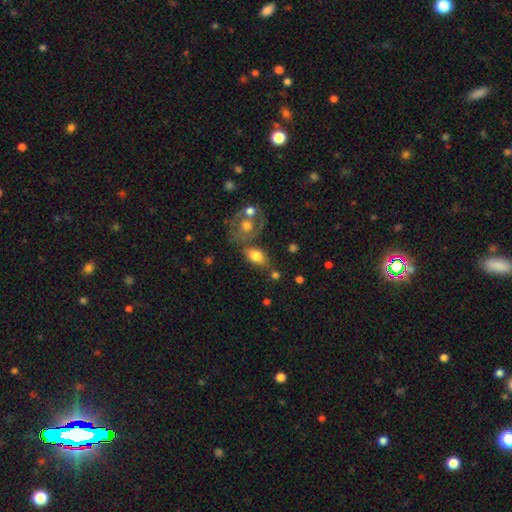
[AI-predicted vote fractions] Smooth or featured: smooth — 77% (featured or disk — 15%)
How rounded: in between — 84% (round — 14%)
Merging: none — 49% (merger — 26%)